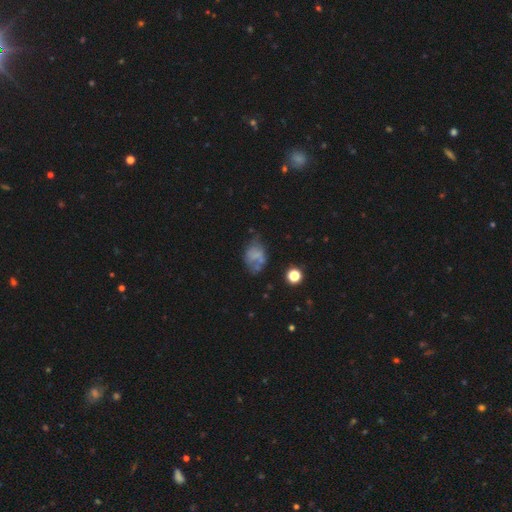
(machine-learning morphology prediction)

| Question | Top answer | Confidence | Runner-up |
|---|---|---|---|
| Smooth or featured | smooth | 47% | featured or disk (38%) |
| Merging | none | 36% | minor disturbance (28%) |